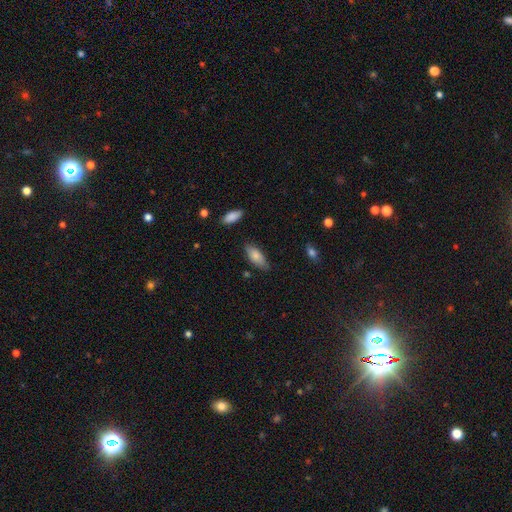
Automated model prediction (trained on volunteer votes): This appears to be a smooth galaxy with no disk features (81%) that is in between round and cigar-shaped (79%). Merging: none (74%).